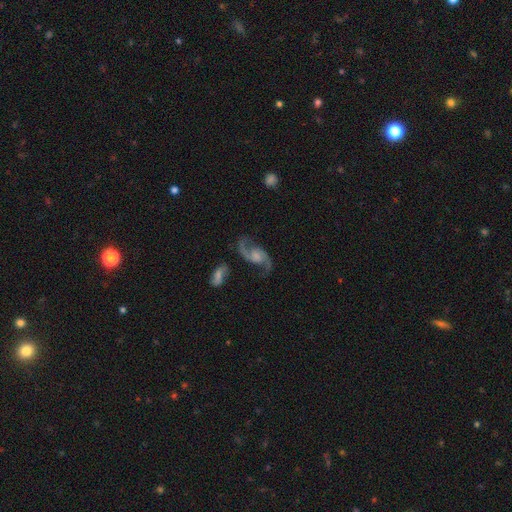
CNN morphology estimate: Overall: featured or disk (90%). Edge-on disk: no (97%). Bar: no (56%; weak 36%). Spiral arms: yes (97%). Spiral arm count: 2 (93%). Spiral winding: loose (60%; medium 34%). Bulge size: none (30%; small 29%). Merging: none (71%).